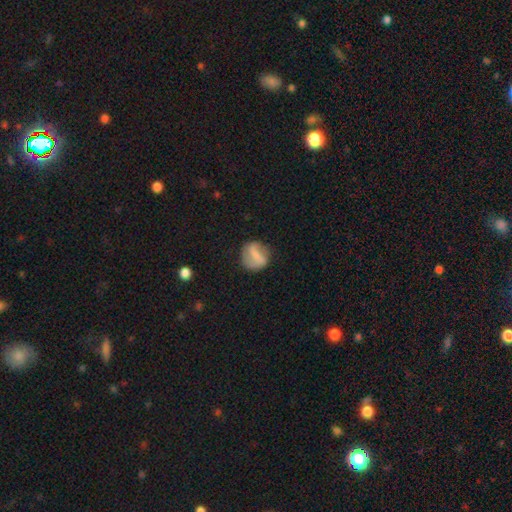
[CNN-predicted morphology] type=featured or disk (50%); merging=none (69%).